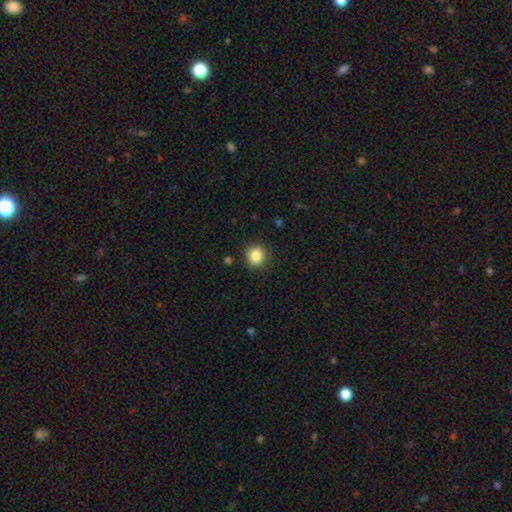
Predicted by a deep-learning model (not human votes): This is clearly a smooth galaxy (86%). How rounded: clearly round (87%). Merging: clearly none (89%).